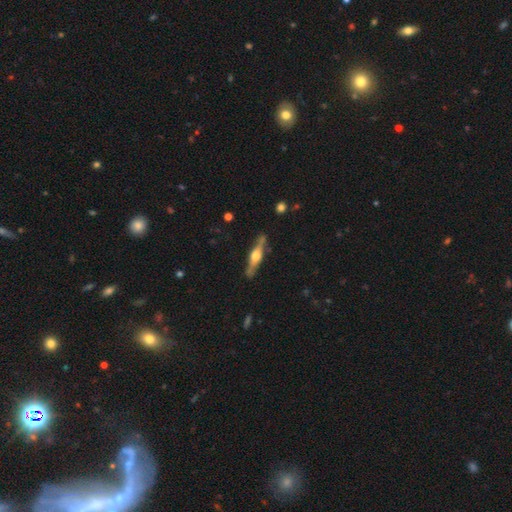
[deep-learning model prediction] Morphology: type=featured or disk (75%); edge-on=yes (96%); edge-on bulge=rounded (90%); merging=none (83%).